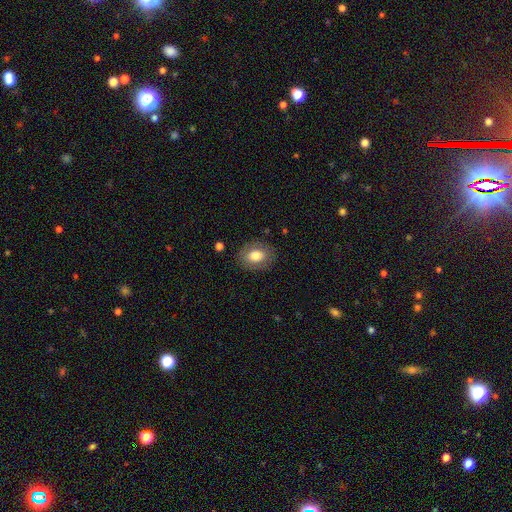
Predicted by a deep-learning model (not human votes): Overall: smooth (72%). How rounded: in between (65%; round 34%). Merging: none (83%).